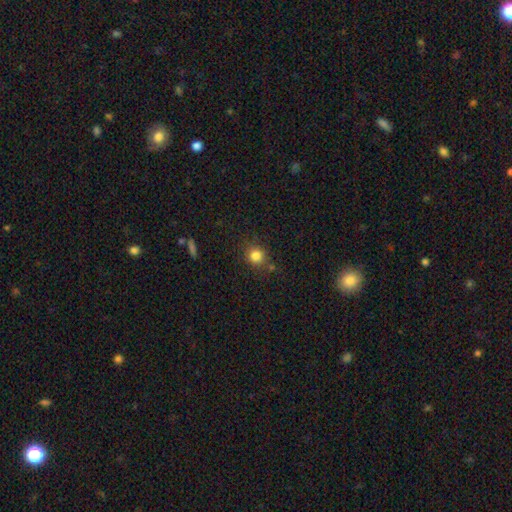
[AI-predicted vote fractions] A smooth galaxy with no disk features (82%) that is round (86%).

Vote fractions:
- Smooth or featured? smooth: 82% / star or artifact: 12% / featured or disk: 6%
- How rounded? round: 86% / in between: 13% / cigar-shaped: 1%
- Merging? none: 78% / minor disturbance: 13% / merger: 6% / major disturbance: 4%